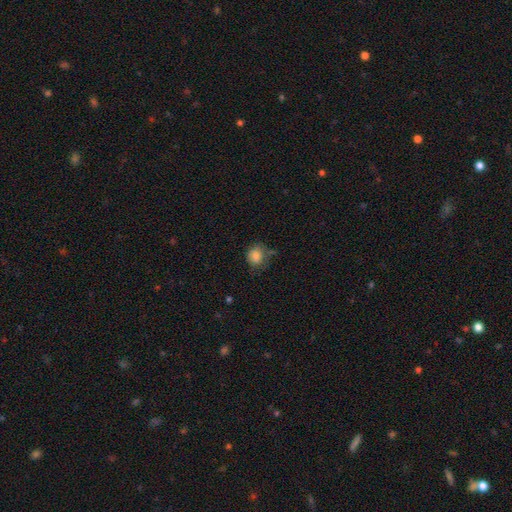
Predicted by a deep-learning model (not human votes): A smooth galaxy with no disk features (82%) that is round (67%).

Vote fractions:
- Smooth or featured? smooth: 82% / star or artifact: 9% / featured or disk: 9%
- How rounded? round: 67% / in between: 32% / cigar-shaped: 1%
- Merging? none: 59% / minor disturbance: 27% / major disturbance: 10% / merger: 4%